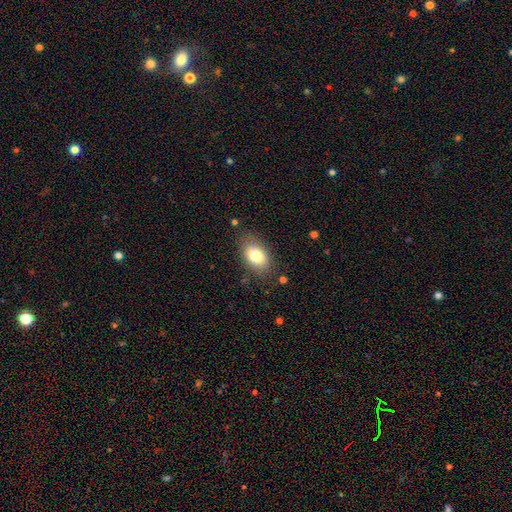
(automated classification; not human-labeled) Smooth or featured? smooth (79%)
How rounded? in between (86%)
Merging? none (79%)